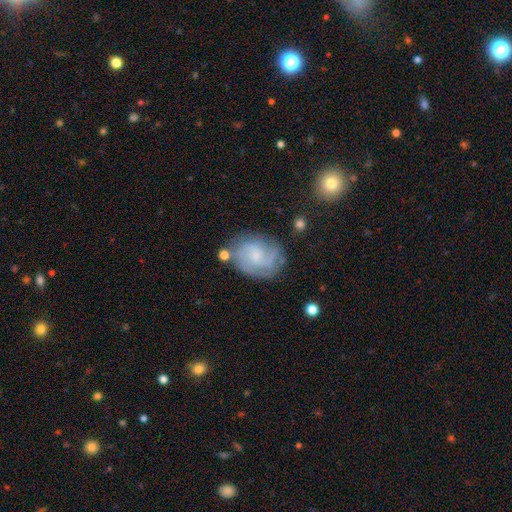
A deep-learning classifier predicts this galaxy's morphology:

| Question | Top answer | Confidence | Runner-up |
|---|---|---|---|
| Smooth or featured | featured or disk | 69% | smooth (23%) |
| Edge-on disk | no | 98% | yes (2%) |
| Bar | no | 62% | weak (34%) |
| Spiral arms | yes | 91% | no (9%) |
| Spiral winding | tight | 45% | medium (40%) |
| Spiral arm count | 2 | 32% | can't tell (31%) |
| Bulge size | small | 63% | moderate (20%) |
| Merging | none | 68% | minor disturbance (20%) |